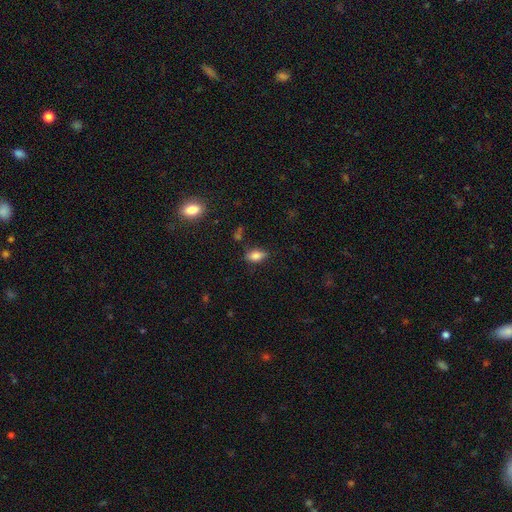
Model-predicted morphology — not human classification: This appears to be a smooth galaxy with no disk features (81%) that is in between round and cigar-shaped (87%). Merging: none (74%).